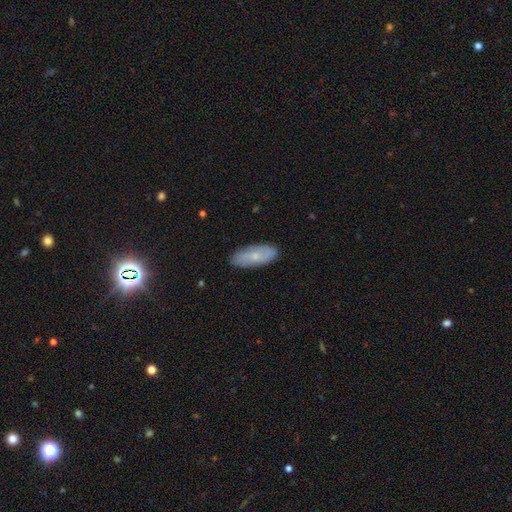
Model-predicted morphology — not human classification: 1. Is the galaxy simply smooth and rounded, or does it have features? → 59% smooth, 33% featured or disk, 7% star or artifact.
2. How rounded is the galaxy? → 74% in between, 24% cigar-shaped, 3% round.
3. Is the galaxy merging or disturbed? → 87% none, 10% minor disturbance, 2% major disturbance, 1% merger.